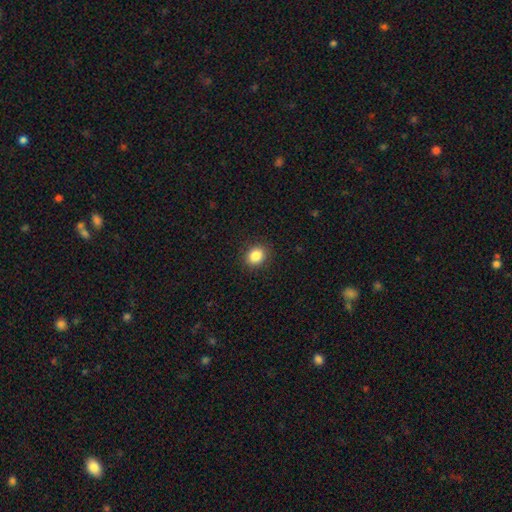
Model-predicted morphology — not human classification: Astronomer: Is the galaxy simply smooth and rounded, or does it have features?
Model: smooth — 85%.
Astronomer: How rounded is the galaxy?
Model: round — 68%.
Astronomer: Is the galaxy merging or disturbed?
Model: none — 90%.